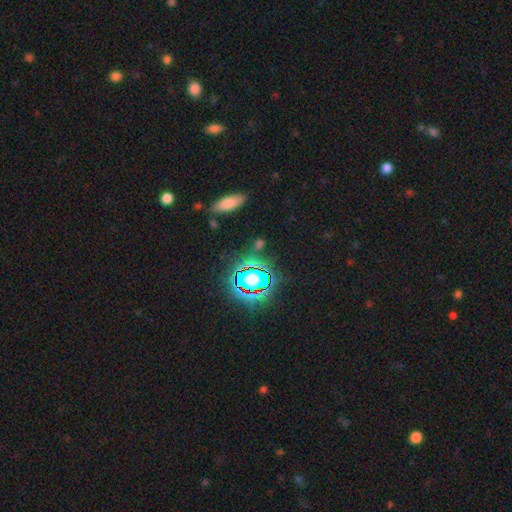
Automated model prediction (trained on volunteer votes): Smooth or featured? star or artifact (67%)